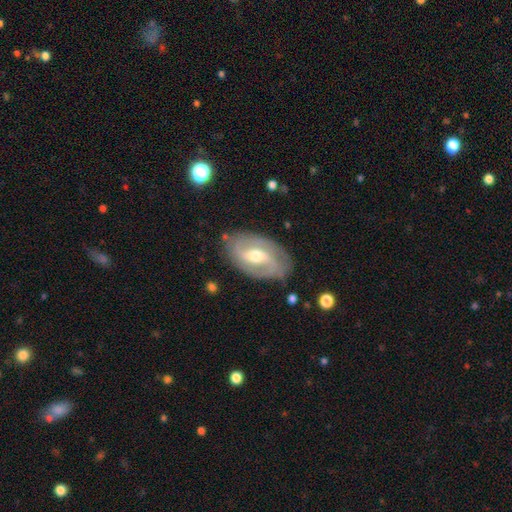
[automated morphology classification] Smooth or featured: featured or disk — 83% (smooth — 12%)
Edge-on disk: no — 95% (yes — 5%)
Bar: weak — 48% (strong — 30%)
Spiral arms: yes — 91% (no — 9%)
Spiral winding: medium — 46% (tight — 35%)
Spiral arm count: 2 — 82% (can't tell — 9%)
Bulge size: moderate — 64% (small — 30%)
Merging: none — 80% (minor disturbance — 14%)